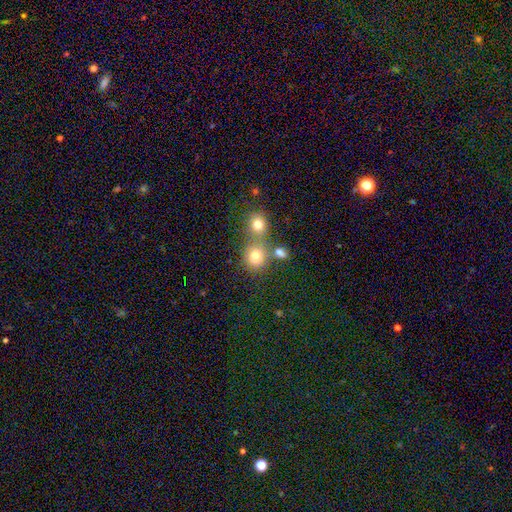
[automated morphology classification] Smooth or featured: smooth — 77% (star or artifact — 14%)
How rounded: round — 80% (in between — 19%)
Merging: none — 54% (merger — 33%)